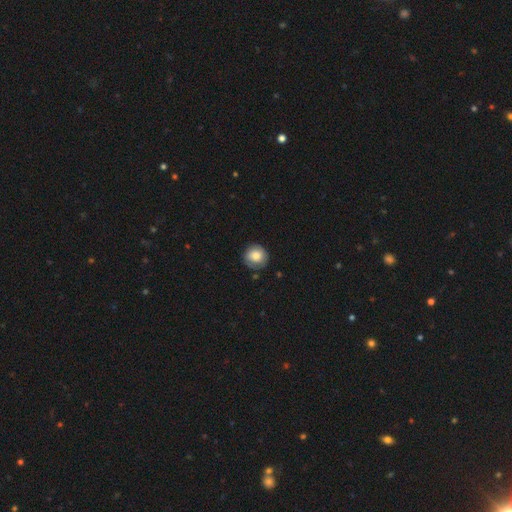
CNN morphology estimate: Q: Smooth or featured?
A: smooth (78%); runner-up: featured or disk (14%)
Q: How rounded?
A: round (90%); runner-up: in between (9%)
Q: Merging?
A: none (78%); runner-up: minor disturbance (17%)